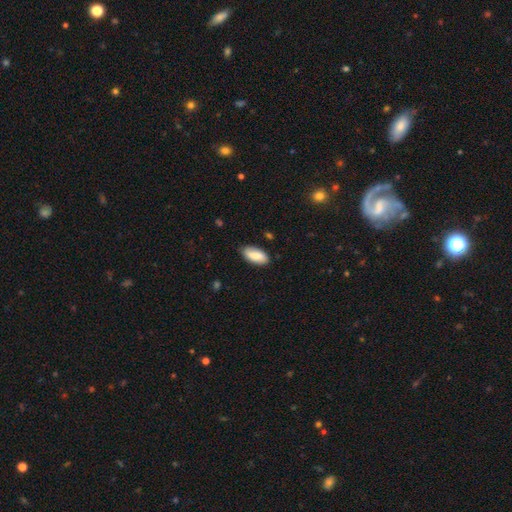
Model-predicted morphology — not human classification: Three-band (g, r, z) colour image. It shows a smooth galaxy with no disk features (82%) that is in between round and cigar-shaped (90%). Merging: none (81%).